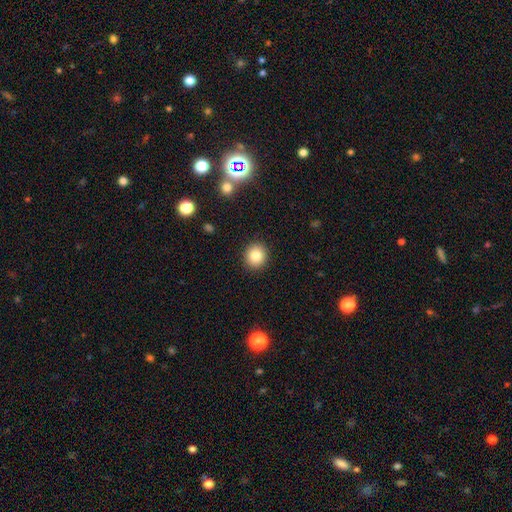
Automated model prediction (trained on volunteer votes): The model was most divided on "how rounded": round: 84%, in between: 15%, cigar-shaped: 1%. More confident: merging — none (91%); smooth or featured — smooth (83%).